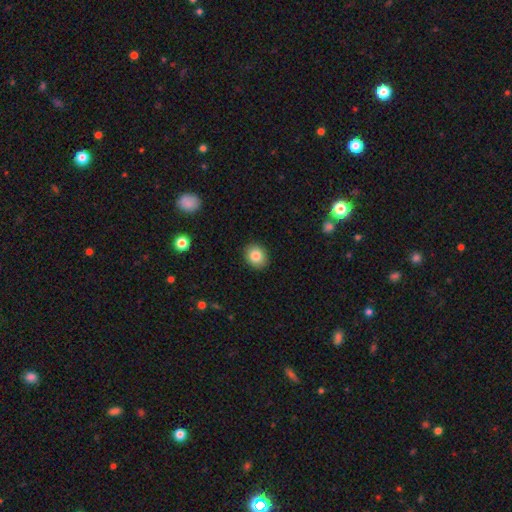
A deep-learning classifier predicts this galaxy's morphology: smooth 84%, star or artifact 9%, featured or disk 7%. Down the decision tree: how rounded — round (65%); merging — none (91%).